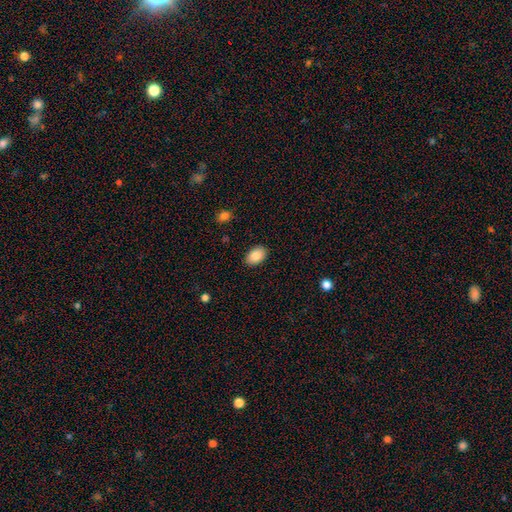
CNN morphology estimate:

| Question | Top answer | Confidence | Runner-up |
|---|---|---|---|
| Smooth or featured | smooth | 87% | star or artifact (7%) |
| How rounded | in between | 88% | round (11%) |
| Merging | none | 88% | minor disturbance (9%) |